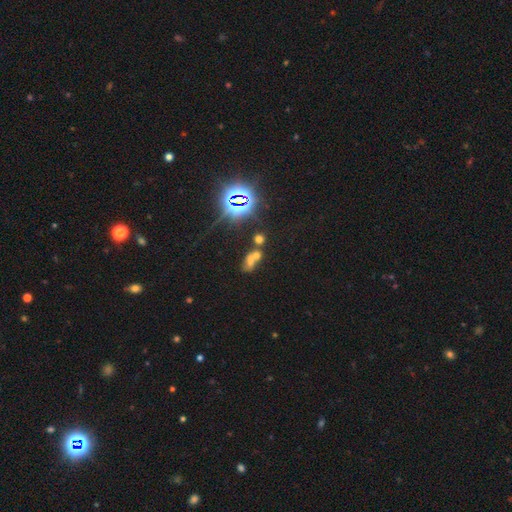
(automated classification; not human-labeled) smooth_or_featured: smooth (p=0.46) [alt: star or artifact p=0.33]
merging: merger (p=0.60) [alt: none p=0.25]